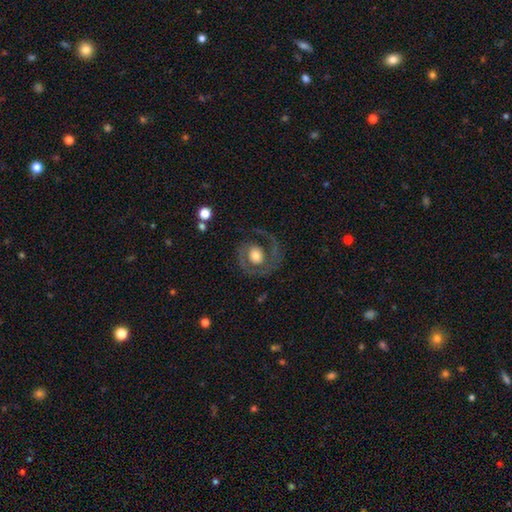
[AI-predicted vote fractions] This is likely a featured or disk galaxy (74%). It is clearly not viewed edge-on (98%). Bar: likely no (72%). Spiral arm pattern: clearly yes (81%). Spiral arm count: possibly 2 (60%). Spiral winding: marginally medium (43%). Central bulge: possibly moderate (56%). Merging: likely none (69%).